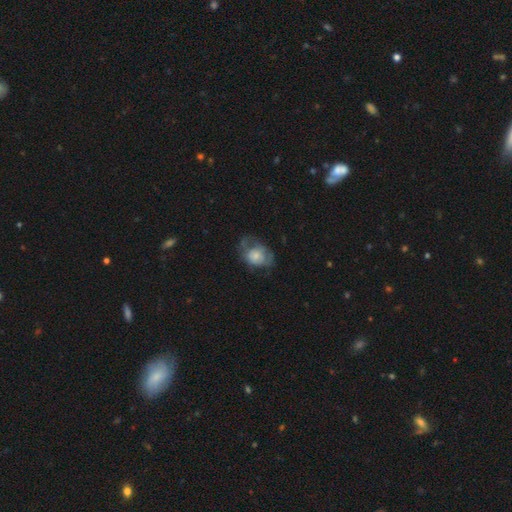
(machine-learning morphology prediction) Q: Smooth or featured?
A: smooth (53%); runner-up: featured or disk (39%)
Q: How rounded?
A: in between (59%); runner-up: round (40%)
Q: Merging?
A: none (37%); runner-up: major disturbance (32%)